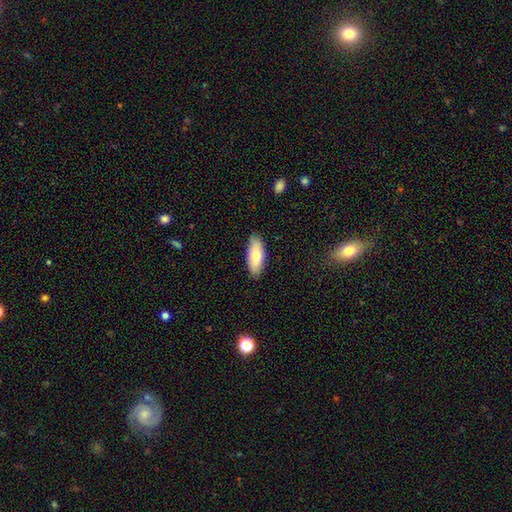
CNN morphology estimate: This appears to be a smooth galaxy with no disk features (72%) that is in between round and cigar-shaped (80%). Merging: none (87%).